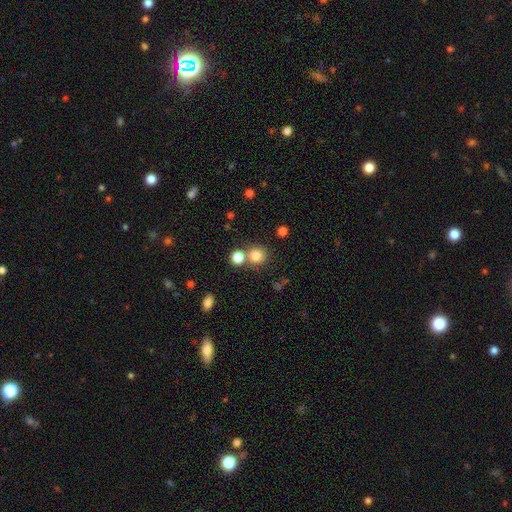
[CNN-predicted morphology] smooth 81%, star or artifact 13%, featured or disk 7%. Down the decision tree: how rounded — round (89%); merging — none (62%).